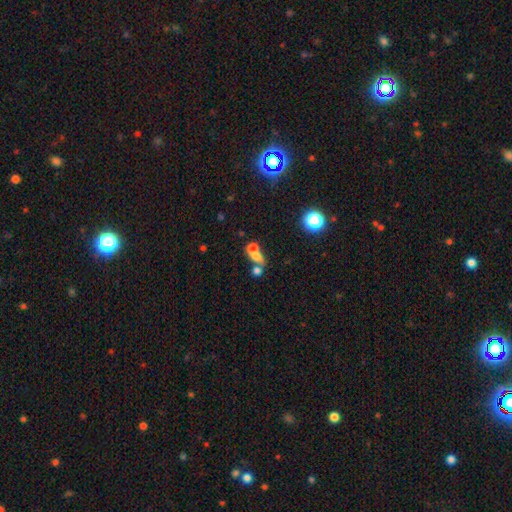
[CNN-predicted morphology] Smooth or featured: smooth — 64% (featured or disk — 20%)
How rounded: in between — 51% (round — 43%)
Merging: merger — 61% (none — 24%)